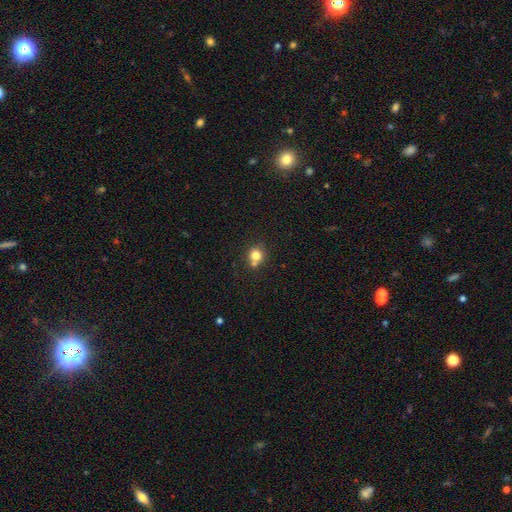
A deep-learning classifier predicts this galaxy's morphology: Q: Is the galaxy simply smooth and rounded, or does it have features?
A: smooth — 78%.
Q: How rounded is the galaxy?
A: round — 86%.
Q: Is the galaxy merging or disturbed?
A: none — 59%.